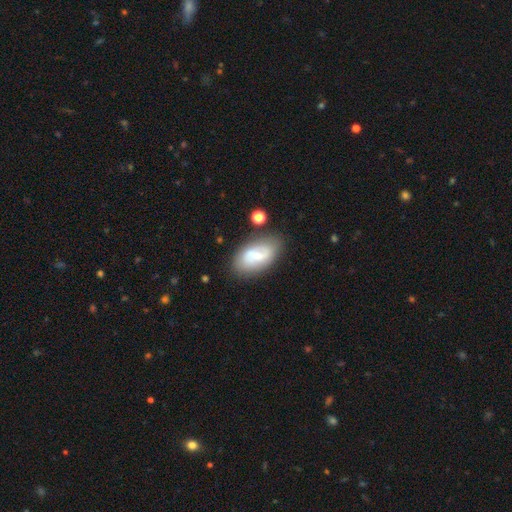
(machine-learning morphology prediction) A featured or disk galaxy (56%) with a weak bar (49%), spiral arms (73%) and a small central bulge (56%). Merging: none (73%).